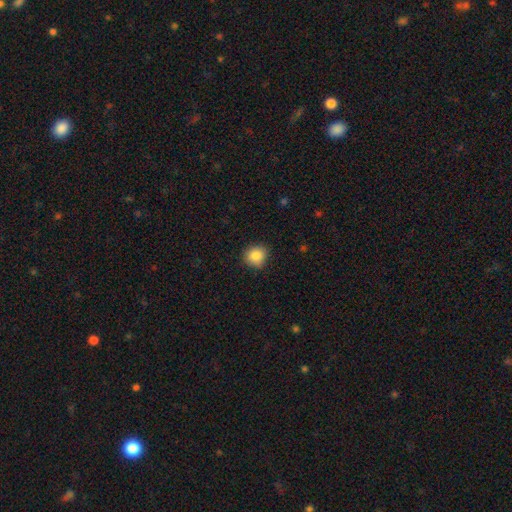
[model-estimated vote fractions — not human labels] smooth_or_featured: smooth (p=0.86) [alt: star or artifact p=0.09]
how_rounded: round (p=0.86) [alt: in between p=0.13]
merging: none (p=0.85) [alt: minor disturbance p=0.12]